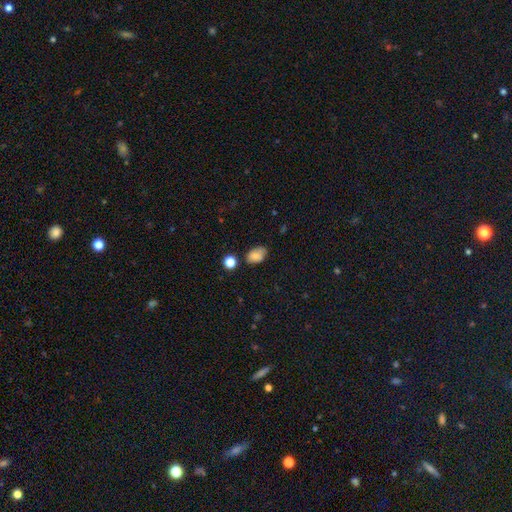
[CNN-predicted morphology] The model was most divided on "merging": none: 66%, minor disturbance: 25%, major disturbance: 5%, merger: 4%. More confident: how rounded — in between (87%); smooth or featured — smooth (82%).